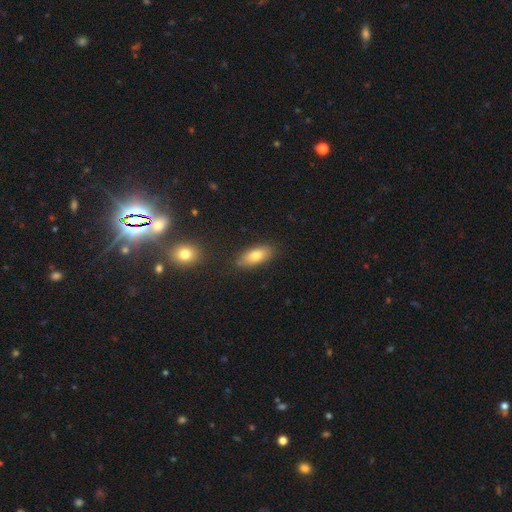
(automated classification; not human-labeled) Overall: smooth (78%). How rounded: in between (83%). Merging: none (81%).